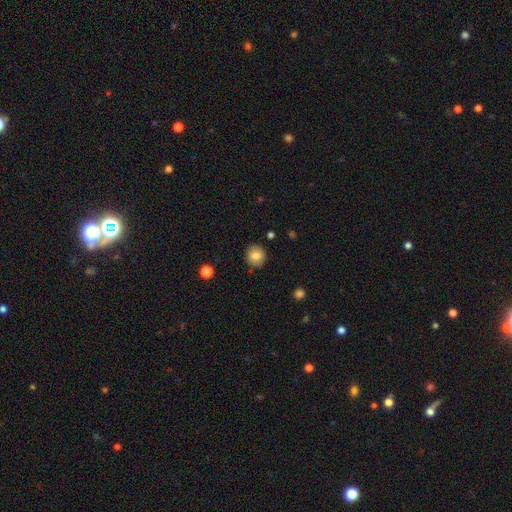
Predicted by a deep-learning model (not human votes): smooth_or_featured: smooth (p=0.80) [alt: featured or disk p=0.11]
how_rounded: round (p=0.84) [alt: in between p=0.15]
merging: none (p=0.88) [alt: minor disturbance p=0.09]